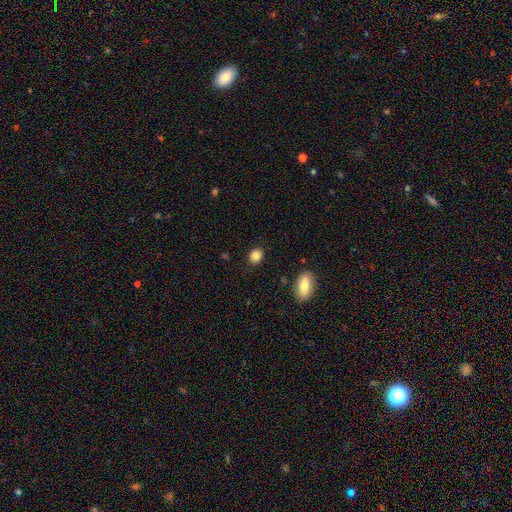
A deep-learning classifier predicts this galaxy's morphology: Q: Smooth or featured?
A: smooth (85%); runner-up: star or artifact (10%)
Q: How rounded?
A: round (56%); runner-up: in between (43%)
Q: Merging?
A: none (86%); runner-up: minor disturbance (10%)